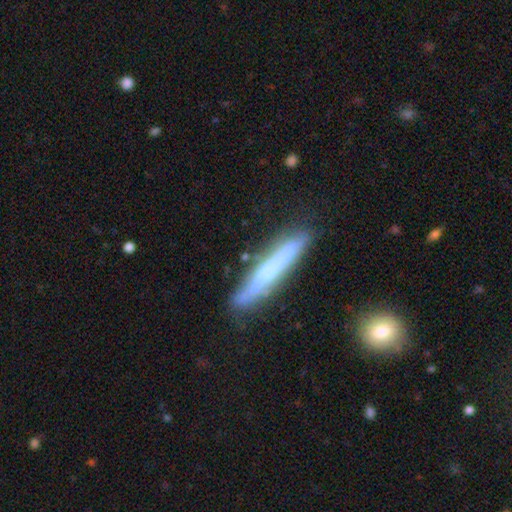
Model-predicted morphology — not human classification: Smooth or featured?
  - featured or disk: 47% *
  - smooth: 46%
  - star or artifact: 7%
Merging?
  - none: 81% *
  - minor disturbance: 13%
  - major disturbance: 3%
  - merger: 3%